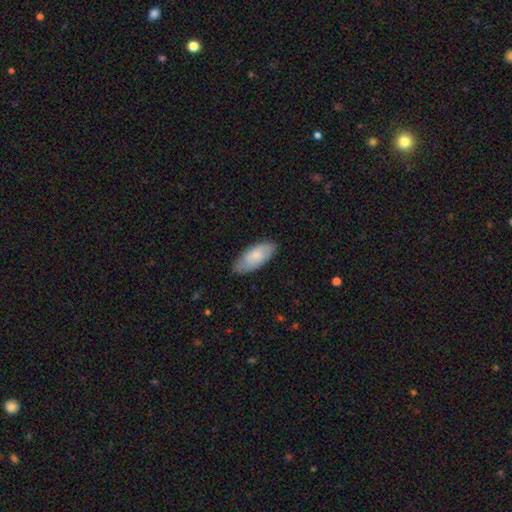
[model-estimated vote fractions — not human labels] Smooth or featured: smooth — 73% (featured or disk — 21%)
How rounded: in between — 88% (cigar-shaped — 11%)
Merging: none — 73% (minor disturbance — 22%)